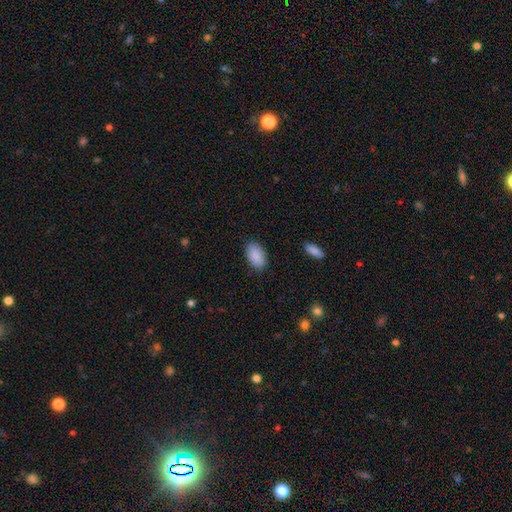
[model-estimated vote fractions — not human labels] smooth_or_featured: smooth (p=0.89) [alt: star or artifact p=0.07]
how_rounded: in between (p=0.94) [alt: round p=0.05]
merging: none (p=0.86) [alt: minor disturbance p=0.10]